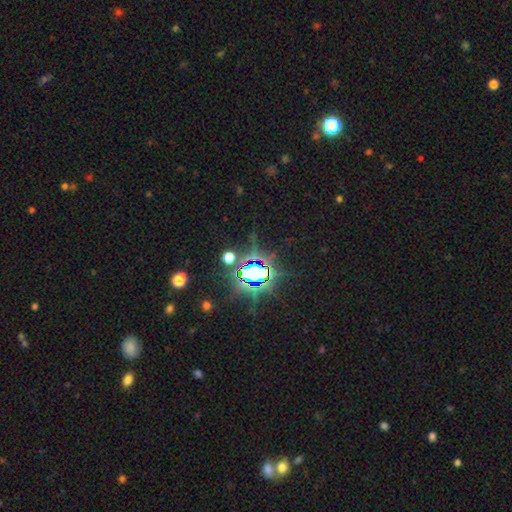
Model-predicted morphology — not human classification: Smooth or featured? star or artifact (80%)